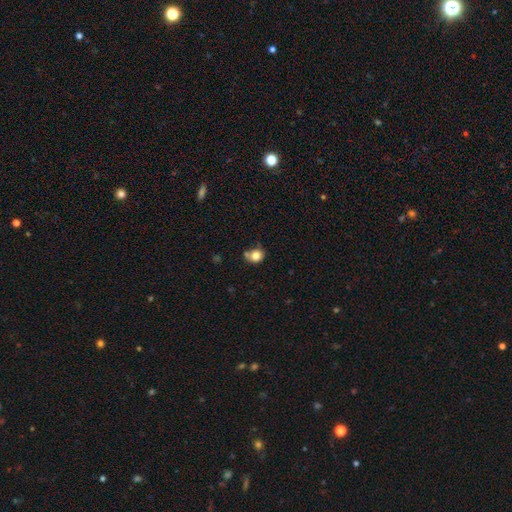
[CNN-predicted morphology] smooth_or_featured: smooth (p=0.80) [alt: star or artifact p=0.11]
how_rounded: round (p=0.70) [alt: in between p=0.29]
merging: none (p=0.51) [alt: minor disturbance p=0.23]